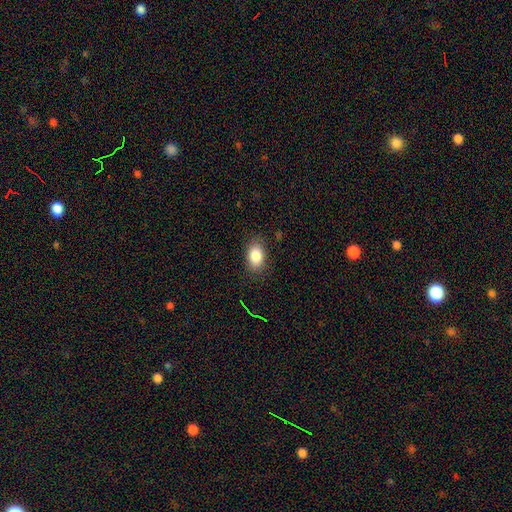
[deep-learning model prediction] A smooth galaxy with no disk features (85%) that is in between round and cigar-shaped (89%).

Vote fractions:
- Smooth or featured? smooth: 85% / star or artifact: 8% / featured or disk: 7%
- How rounded? in between: 89% / round: 10% / cigar-shaped: 2%
- Merging? none: 84% / minor disturbance: 12% / major disturbance: 3% / merger: 1%